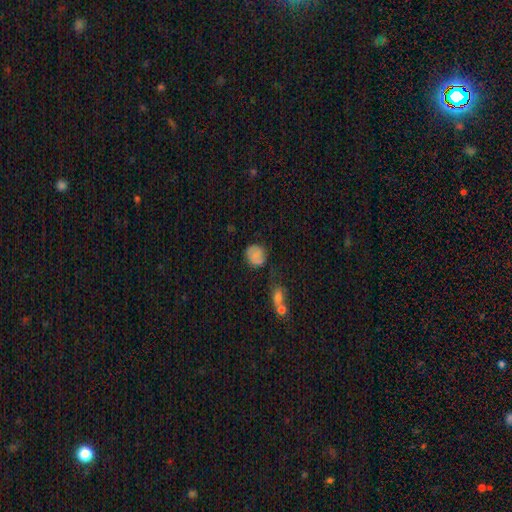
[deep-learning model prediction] A smooth galaxy with no disk features (72%) that is round (73%).

Vote fractions:
- Smooth or featured? smooth: 72% / featured or disk: 17% / star or artifact: 11%
- How rounded? round: 73% / in between: 26% / cigar-shaped: 1%
- Merging? none: 63% / minor disturbance: 24% / major disturbance: 8% / merger: 5%